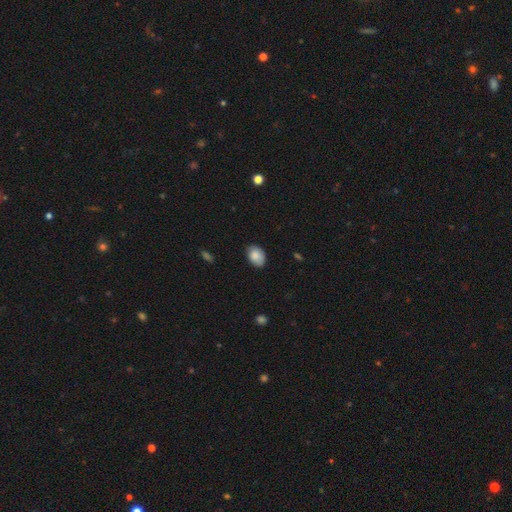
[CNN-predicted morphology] smooth-or-featured: smooth: 86% | featured or disk: 7% | star or artifact: 7%
  how-rounded: in between: 78% | round: 21% | cigar-shaped: 1%
  merging: none: 76% | minor disturbance: 20% | major disturbance: 3% | merger: 1%